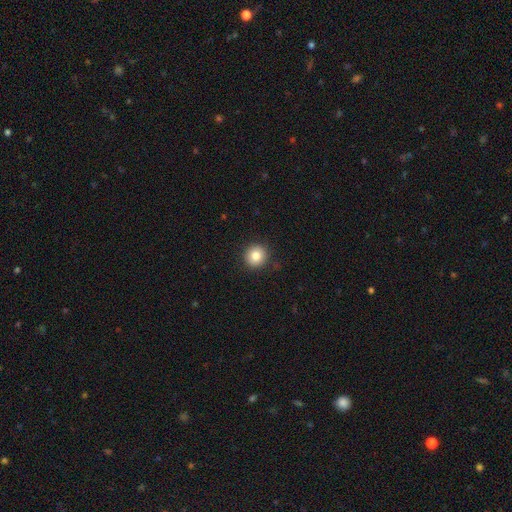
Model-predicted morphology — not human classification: Smooth or featured? Predicted: smooth (p=0.83). How rounded? Predicted: round (p=0.93). Merging? Predicted: none (p=0.91).